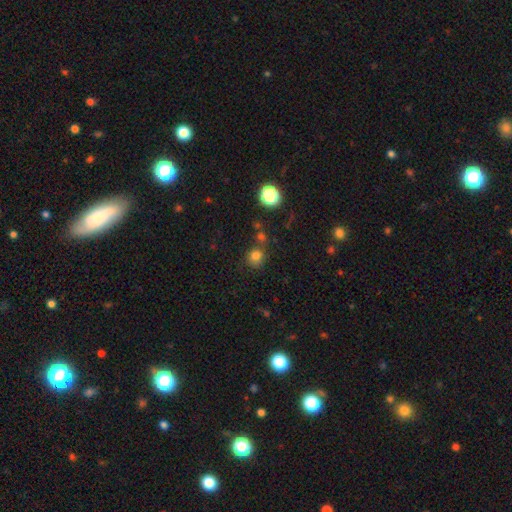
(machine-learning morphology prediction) Smooth or featured? Predicted: smooth (p=0.77). How rounded? Predicted: round (p=0.83). Merging? Predicted: none (p=0.69).